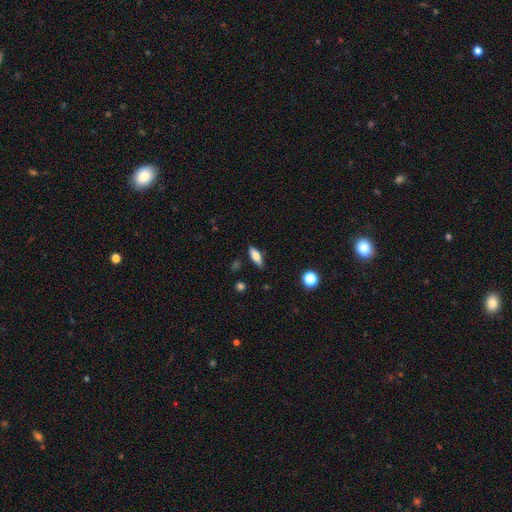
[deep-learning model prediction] Morphology: type=smooth (65%); roundness=in between (60%); merging=none (81%).